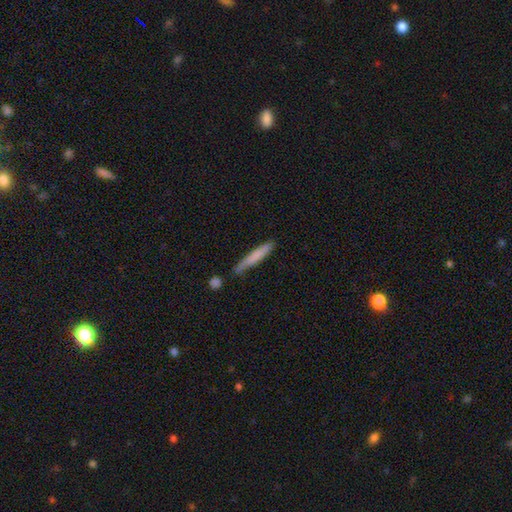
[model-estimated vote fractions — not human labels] This is likely a smooth galaxy (71%). How rounded: clearly cigar-shaped (93%). Merging: likely none (67%).